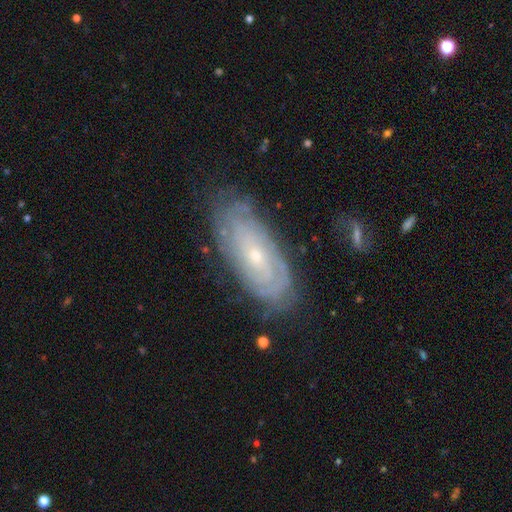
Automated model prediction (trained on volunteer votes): The model was most divided on "spiral arm count": can't tell: 53%, 2: 15%, 4: 10%, 3: 10%, more than 4: 7%, 1: 5%. More confident: spiral arms — yes (92%); edge-on disk — no (91%); spiral winding — tight (81%); smooth or featured — featured or disk (79%); merging — none (77%); bulge size — small (75%); bar — no (74%).